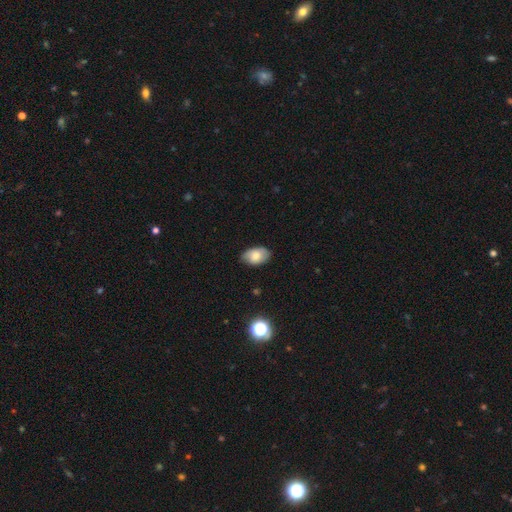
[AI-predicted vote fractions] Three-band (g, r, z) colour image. It shows a smooth galaxy with no disk features (69%) that is in between round and cigar-shaped (90%). Merging: none (75%).